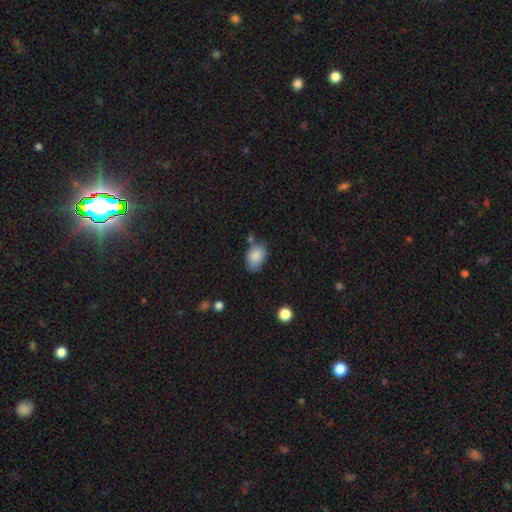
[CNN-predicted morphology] The model was most divided on "merging": none: 58%, minor disturbance: 26%, merger: 10%, major disturbance: 6%. More confident: smooth or featured — smooth (84%); how rounded — in between (83%).